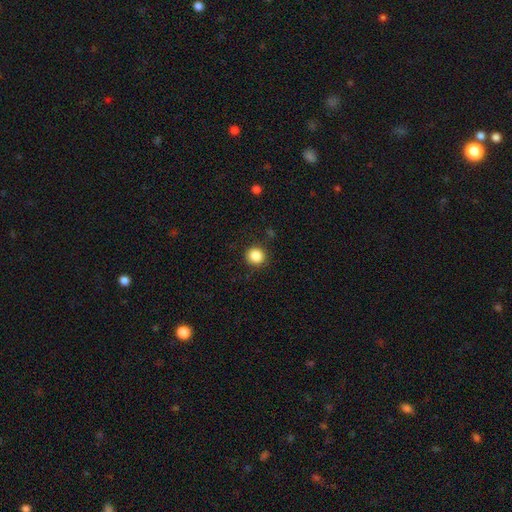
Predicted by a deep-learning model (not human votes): smooth-or-featured: smooth: 86% | star or artifact: 11% | featured or disk: 3%
  how-rounded: round: 92% | in between: 7% | cigar-shaped: 1%
  merging: none: 89% | minor disturbance: 7% | major disturbance: 2% | merger: 1%